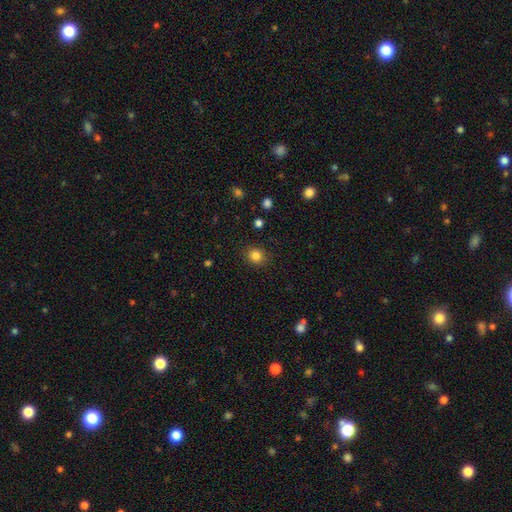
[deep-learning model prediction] This is clearly a smooth galaxy (84%). How rounded: likely round (77%). Merging: clearly none (88%).